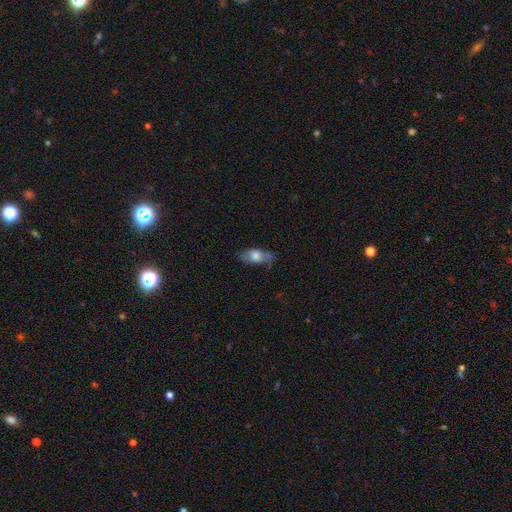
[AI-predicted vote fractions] smooth_or_featured: smooth (p=0.64) [alt: featured or disk p=0.28]
how_rounded: in between (p=0.78) [alt: cigar-shaped p=0.16]
merging: none (p=0.60) [alt: minor disturbance p=0.27]